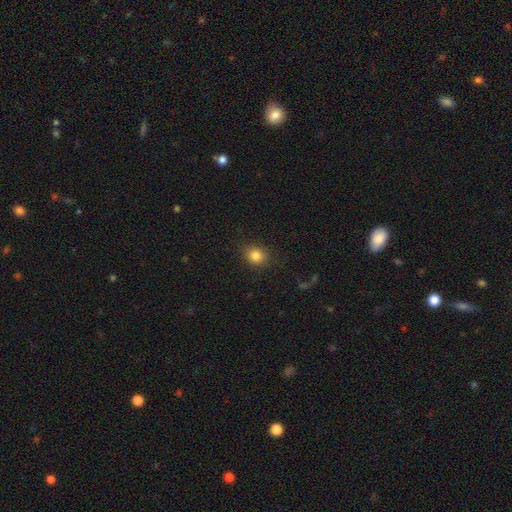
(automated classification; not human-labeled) Smooth or featured? smooth (83%)
How rounded? round (75%)
Merging? none (85%)